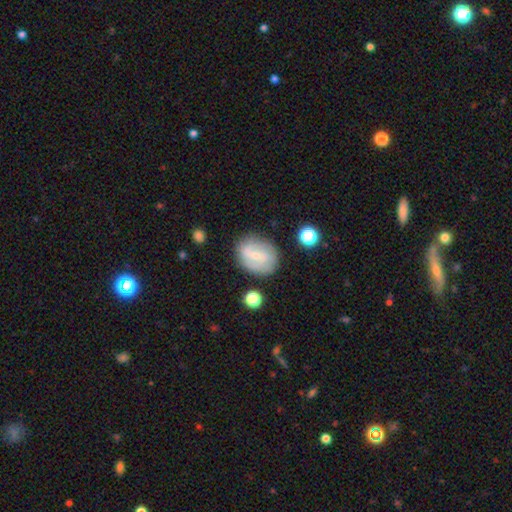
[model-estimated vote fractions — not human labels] smooth_or_featured: featured or disk (p=0.57) [alt: smooth p=0.36]
disk_edge_on: no (p=0.97) [alt: yes p=0.03]
bar: weak (p=0.52) [alt: no p=0.29]
has_spiral_arms: yes (p=0.74) [alt: no p=0.26]
bulge_size: small (p=0.69) [alt: moderate p=0.21]
merging: none (p=0.75) [alt: minor disturbance p=0.16]